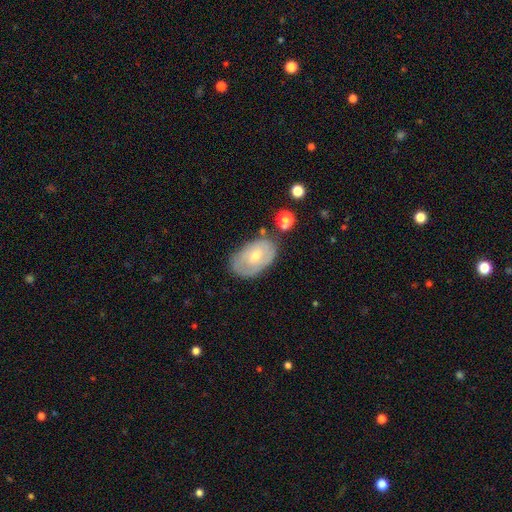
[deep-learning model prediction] Smooth or featured? smooth (49%)
Merging? none (64%)